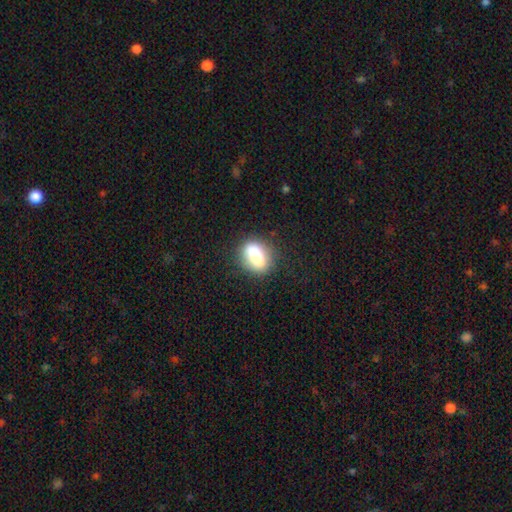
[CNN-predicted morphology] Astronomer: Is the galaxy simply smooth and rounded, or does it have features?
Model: smooth — 78%.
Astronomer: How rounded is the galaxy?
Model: in between — 72%.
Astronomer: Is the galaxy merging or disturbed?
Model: none — 62%.